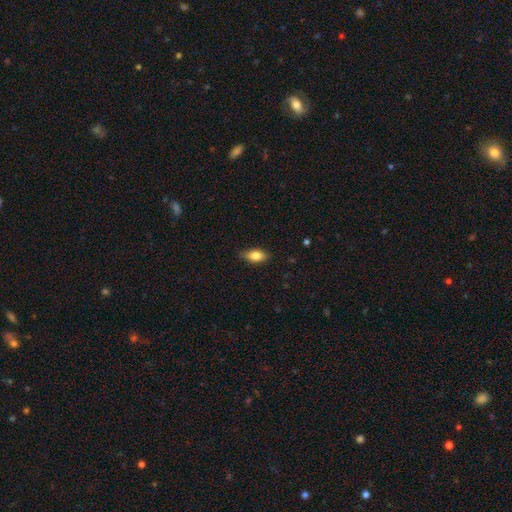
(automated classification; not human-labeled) A smooth galaxy with no disk features (82%) that is in between round and cigar-shaped (87%). Merging: none (82%).